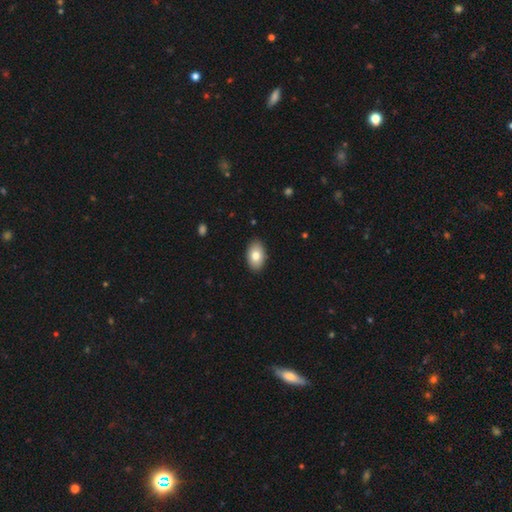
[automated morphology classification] Smooth or featured? smooth (78%)
How rounded? in between (90%)
Merging? none (89%)